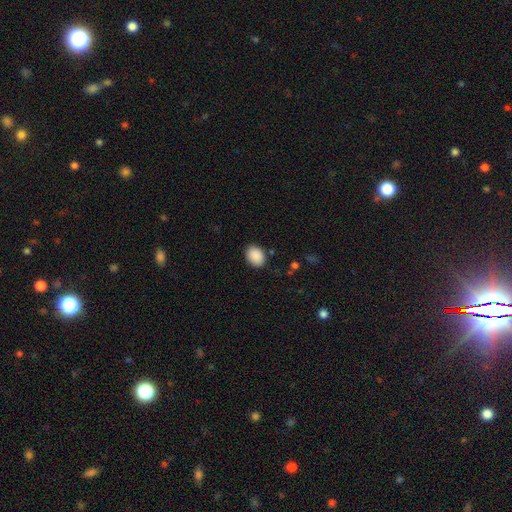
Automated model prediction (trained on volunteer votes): smooth 90%, star or artifact 7%, featured or disk 3%. Down the decision tree: how rounded — in between (66%); merging — none (85%).